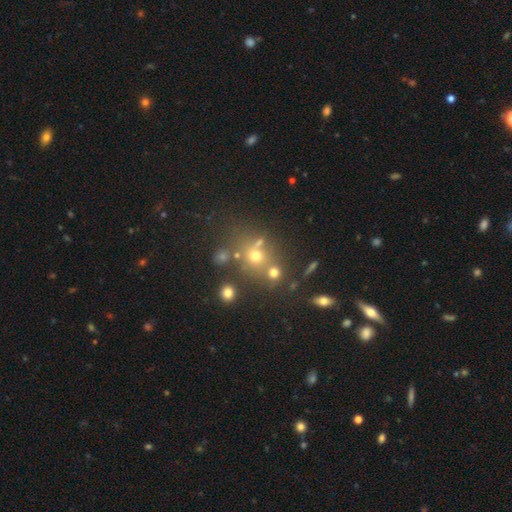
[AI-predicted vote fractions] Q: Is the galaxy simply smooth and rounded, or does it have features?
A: smooth — 57%.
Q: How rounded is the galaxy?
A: round — 79%.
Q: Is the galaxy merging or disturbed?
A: none — 58%.